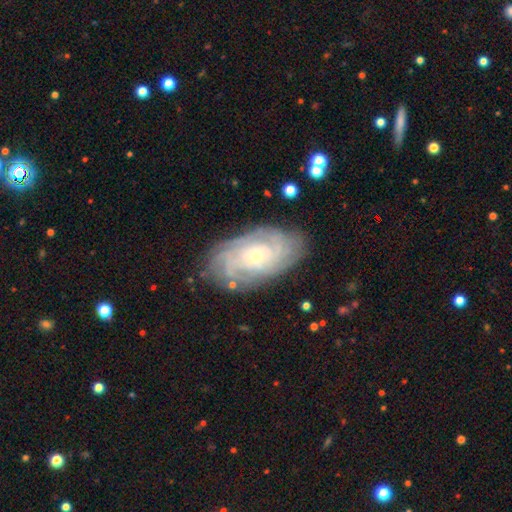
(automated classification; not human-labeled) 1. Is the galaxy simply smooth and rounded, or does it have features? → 82% featured or disk, 12% smooth, 6% star or artifact.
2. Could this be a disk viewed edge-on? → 95% no, 5% yes.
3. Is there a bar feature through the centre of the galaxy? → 76% no, 20% weak, 5% strong.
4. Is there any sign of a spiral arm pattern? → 95% yes, 5% no.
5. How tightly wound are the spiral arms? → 77% tight, 19% medium, 4% loose.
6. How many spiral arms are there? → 39% can't tell, 20% 4, 15% more than 4, 11% 3, 9% 2, 5% 1.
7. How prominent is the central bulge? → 72% small, 24% moderate, 2% large, 1% none, 1% dominant.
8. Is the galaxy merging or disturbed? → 79% none, 15% minor disturbance, 4% major disturbance, 2% merger.